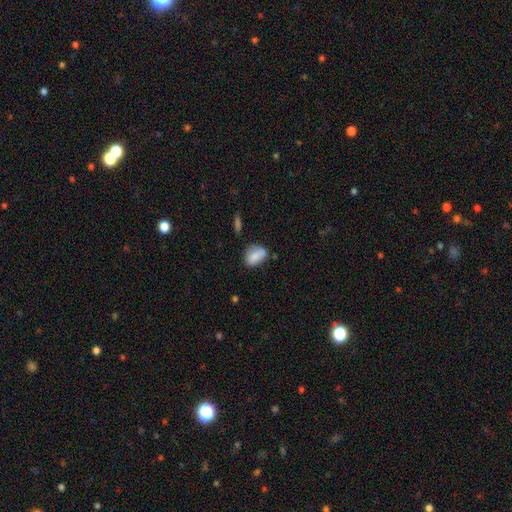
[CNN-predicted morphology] A smooth galaxy with no disk features (79%) that is in between round and cigar-shaped (79%). Merging: none (55%).